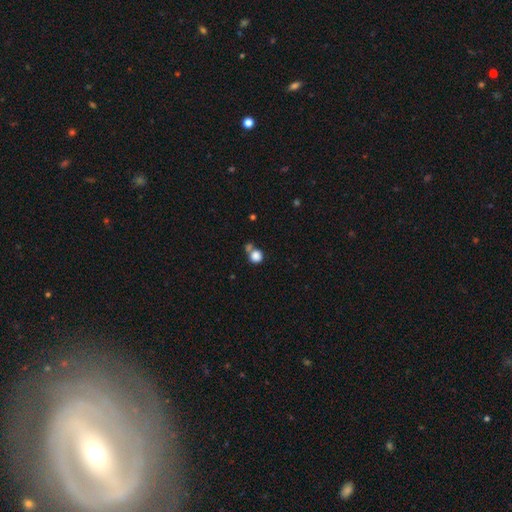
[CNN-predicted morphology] Smooth or featured? Predicted: smooth (p=0.84). How rounded? Predicted: round (p=0.88). Merging? Predicted: none (p=0.54).